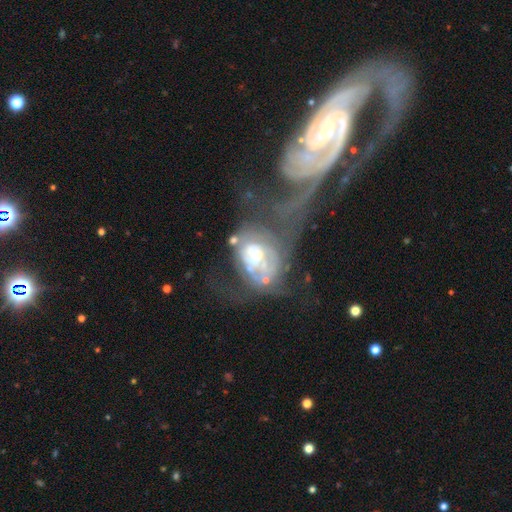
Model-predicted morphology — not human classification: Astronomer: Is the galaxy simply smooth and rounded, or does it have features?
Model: featured or disk — 73%.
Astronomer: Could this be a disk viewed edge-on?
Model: no — 97%.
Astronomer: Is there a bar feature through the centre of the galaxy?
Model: no — 69%.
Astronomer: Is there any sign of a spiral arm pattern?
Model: yes — 61% (runner-up: no, 39%).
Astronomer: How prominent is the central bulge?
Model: moderate — 58%.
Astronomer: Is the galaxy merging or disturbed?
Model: major disturbance — 40% (runner-up: merger, 37%).